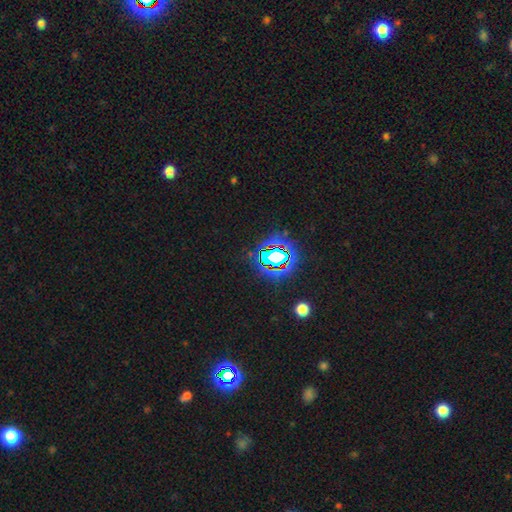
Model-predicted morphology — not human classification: Smooth or featured: star or artifact — 80% (smooth — 12%)